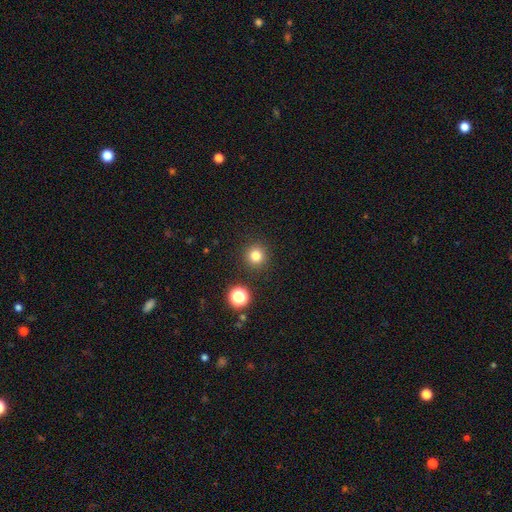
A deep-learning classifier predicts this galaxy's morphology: A smooth galaxy with no disk features (80%) that is round (95%). Merging: none (90%).